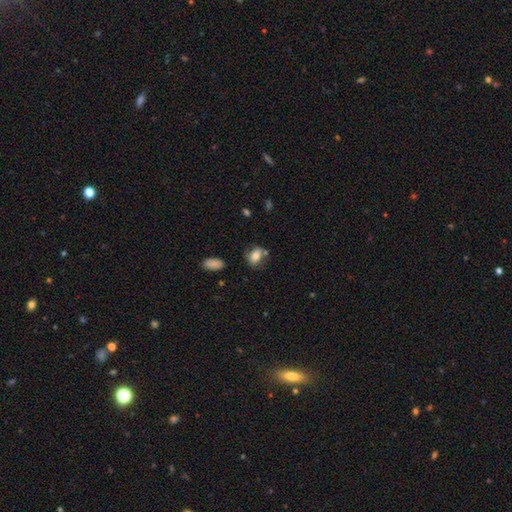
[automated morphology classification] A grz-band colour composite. It shows a smooth galaxy with no disk features (73%) that is in between round and cigar-shaped (69%). Merging: none (62%).